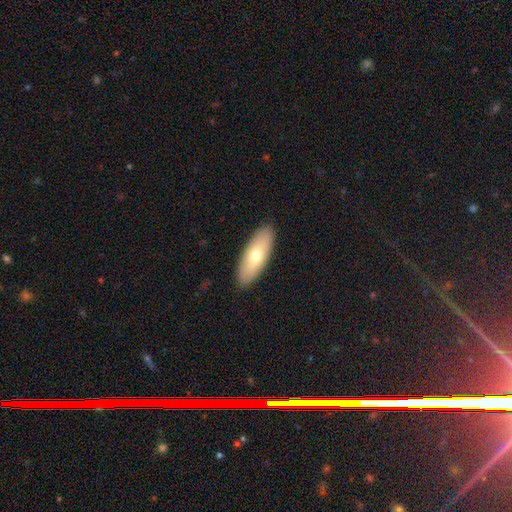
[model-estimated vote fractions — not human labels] Smooth or featured? smooth (69%)
How rounded? in between (72%)
Merging? none (90%)